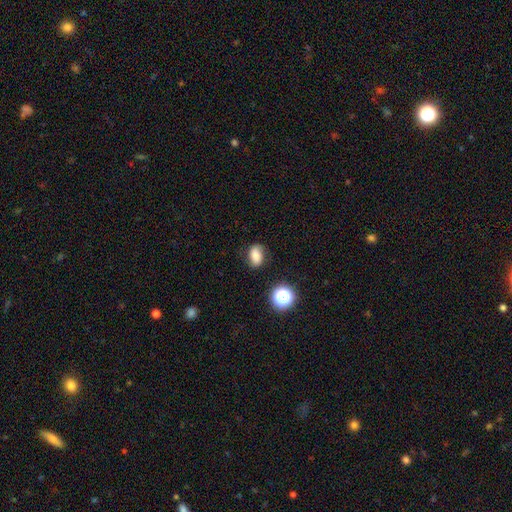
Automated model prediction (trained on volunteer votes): A smooth galaxy with no disk features (68%) that is in between round and cigar-shaped (75%).

Vote fractions:
- Smooth or featured? smooth: 68% / featured or disk: 19% / star or artifact: 13%
- How rounded? in between: 75% / round: 23% / cigar-shaped: 2%
- Merging? none: 77% / minor disturbance: 16% / major disturbance: 4% / merger: 2%